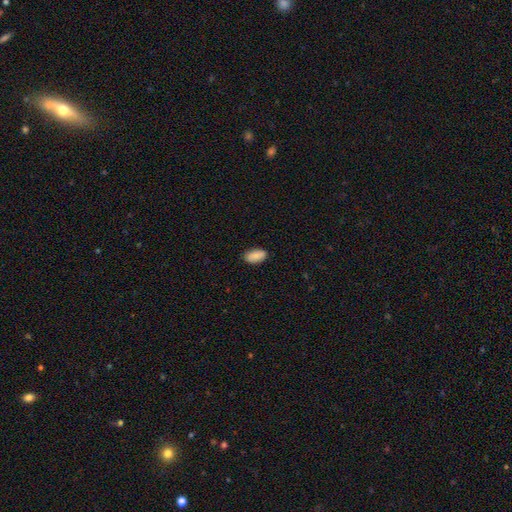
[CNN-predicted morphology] A smooth galaxy with no disk features (89%) that is in between round and cigar-shaped (94%). Merging: none (87%).